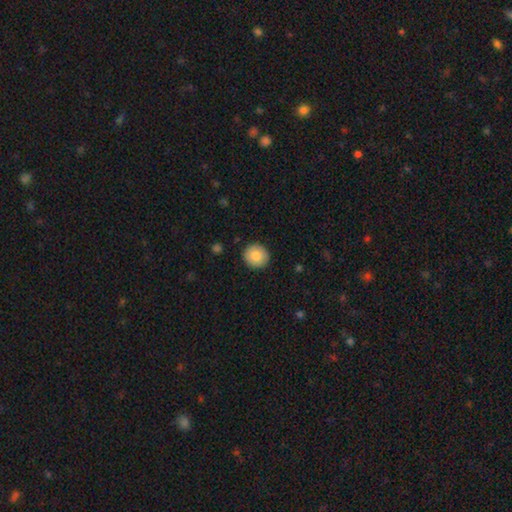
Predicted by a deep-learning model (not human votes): smooth-or-featured: smooth: 85% | featured or disk: 8% | star or artifact: 8%
  how-rounded: round: 90% | in between: 9% | cigar-shaped: 1%
  merging: none: 91% | minor disturbance: 7% | major disturbance: 2% | merger: 1%